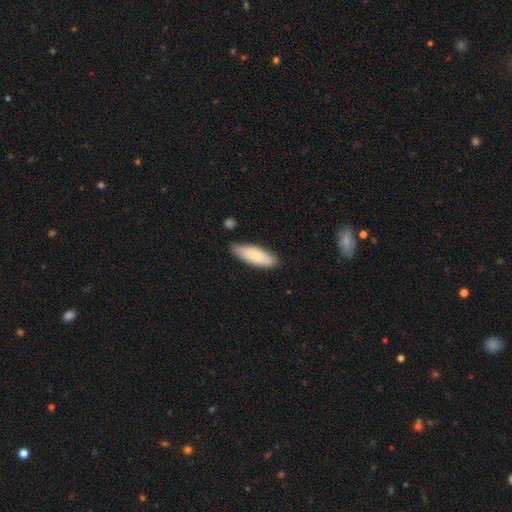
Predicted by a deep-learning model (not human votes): Overall: smooth (79%). How rounded: in between (61%; cigar-shaped 37%). Merging: none (78%).